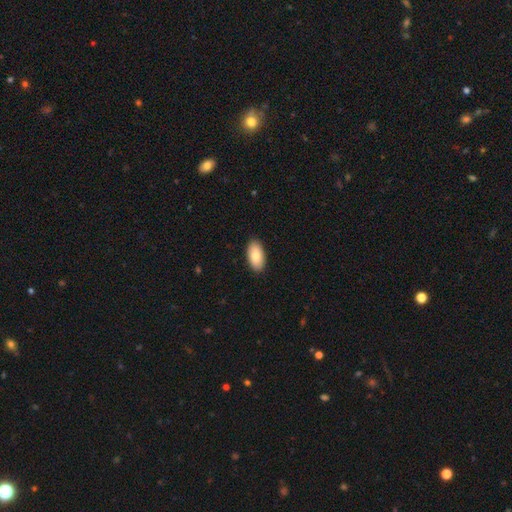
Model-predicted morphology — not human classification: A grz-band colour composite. It shows a smooth galaxy with no disk features (83%) that is in between round and cigar-shaped (94%). Merging: none (90%).